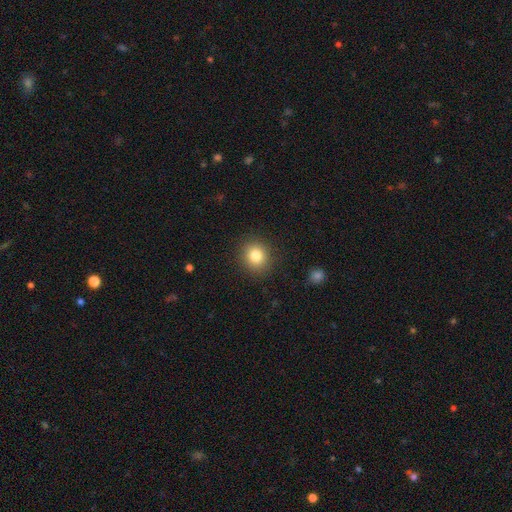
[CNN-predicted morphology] smooth 82%, star or artifact 11%, featured or disk 7%. Down the decision tree: how rounded — round (85%); merging — none (89%).